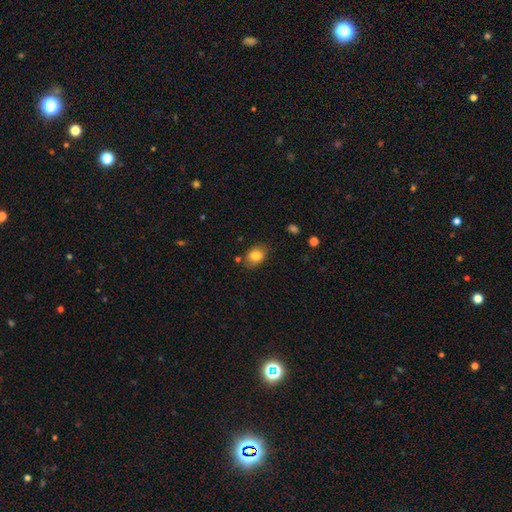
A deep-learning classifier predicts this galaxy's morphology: smooth_or_featured: smooth (p=0.83) [alt: star or artifact p=0.09]
how_rounded: in between (p=0.71) [alt: round p=0.28]
merging: none (p=0.77) [alt: minor disturbance p=0.15]